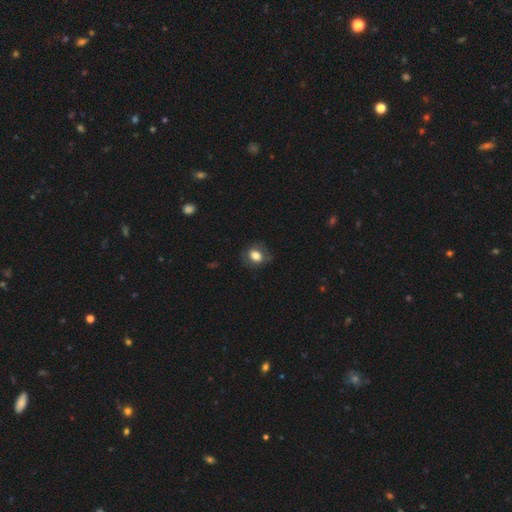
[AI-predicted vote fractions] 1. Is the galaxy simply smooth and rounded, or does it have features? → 76% smooth, 16% featured or disk, 9% star or artifact.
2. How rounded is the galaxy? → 52% in between, 46% round, 1% cigar-shaped.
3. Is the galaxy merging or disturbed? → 74% none, 18% minor disturbance, 7% major disturbance, 1% merger.